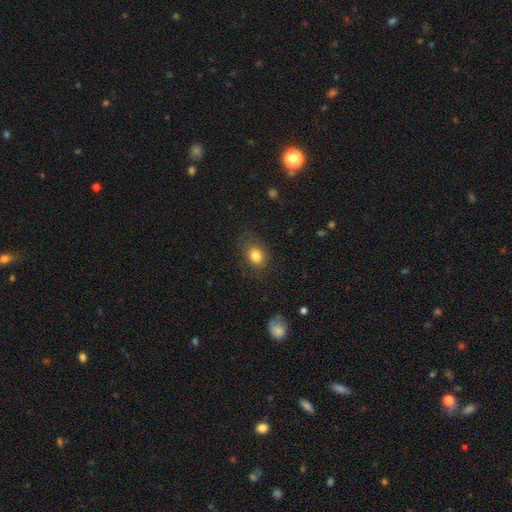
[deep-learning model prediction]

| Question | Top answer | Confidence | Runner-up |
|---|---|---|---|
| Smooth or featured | smooth | 81% | featured or disk (10%) |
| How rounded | in between | 67% | round (32%) |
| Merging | none | 73% | minor disturbance (18%) |